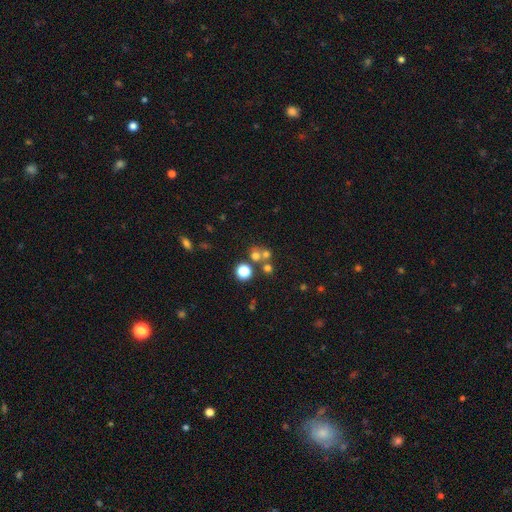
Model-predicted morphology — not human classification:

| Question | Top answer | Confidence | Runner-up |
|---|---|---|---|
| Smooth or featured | smooth | 60% | star or artifact (26%) |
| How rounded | round | 87% | in between (12%) |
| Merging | none | 55% | merger (34%) |